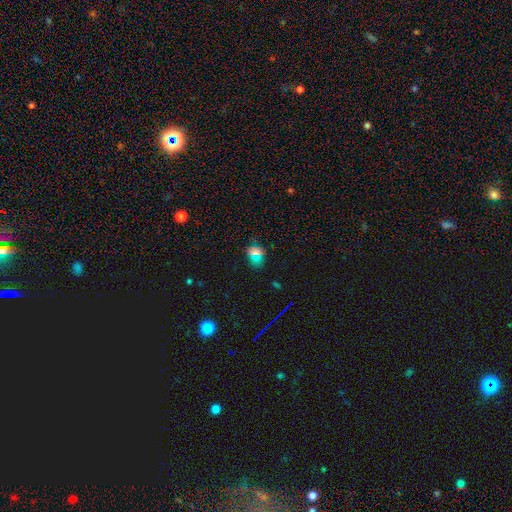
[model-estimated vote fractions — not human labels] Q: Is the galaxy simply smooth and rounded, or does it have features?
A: smooth — 56%.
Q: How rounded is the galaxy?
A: in between — 58%.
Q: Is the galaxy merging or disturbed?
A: none — 77%.